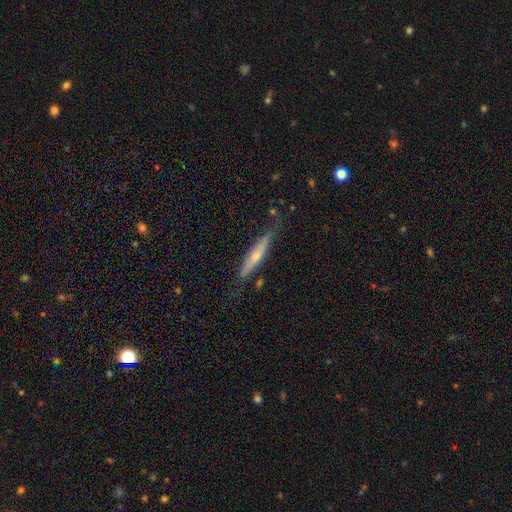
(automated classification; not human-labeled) A featured or disk galaxy (56%) viewed edge-on (92%) with a rounded central bulge (74%).

Vote fractions:
- Smooth or featured? featured or disk: 56% / smooth: 38% / star or artifact: 6%
- Edge-on disk? yes: 92% / no: 8%
- Edge-on bulge? rounded: 74% / none: 21% / boxy: 5%
- Merging? none: 75% / minor disturbance: 18% / major disturbance: 4% / merger: 3%